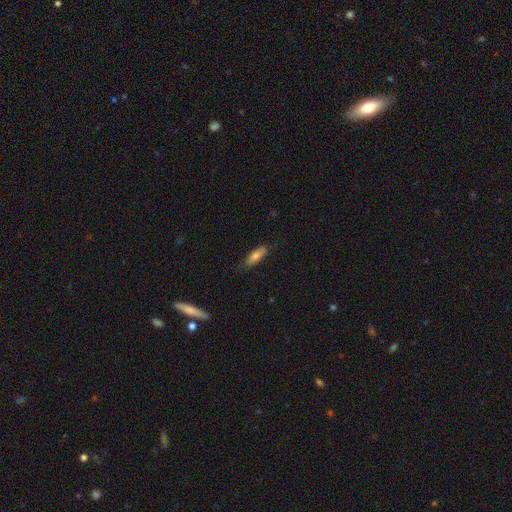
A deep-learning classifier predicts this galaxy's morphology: smooth_or_featured: smooth (p=0.72) [alt: featured or disk p=0.21]
how_rounded: in between (p=0.52) [alt: cigar-shaped p=0.46]
merging: none (p=0.78) [alt: minor disturbance p=0.18]